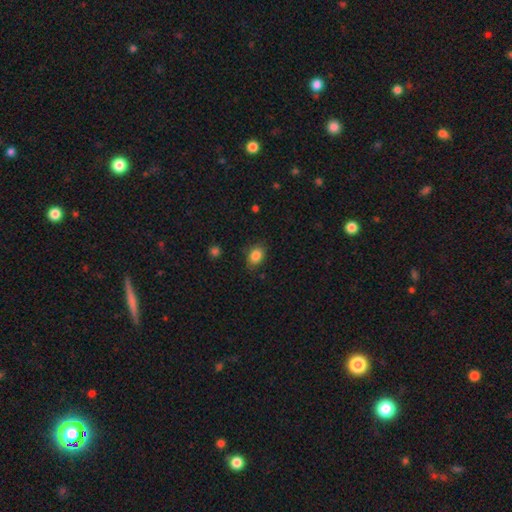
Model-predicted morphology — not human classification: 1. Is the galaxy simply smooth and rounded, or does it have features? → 85% smooth, 9% star or artifact, 6% featured or disk.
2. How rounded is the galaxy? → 71% in between, 28% round, 1% cigar-shaped.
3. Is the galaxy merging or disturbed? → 81% none, 15% minor disturbance, 3% major disturbance, 1% merger.